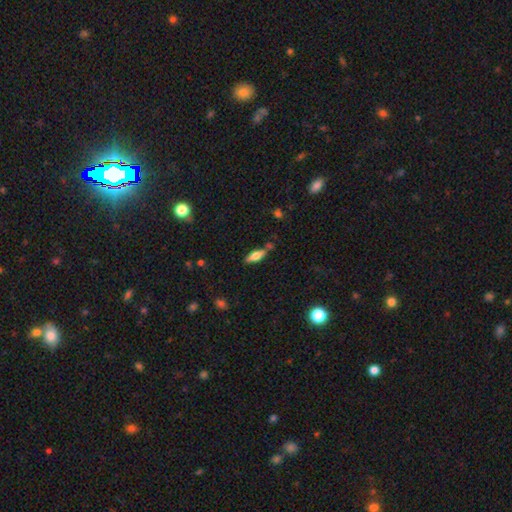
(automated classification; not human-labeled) Smooth or featured? Predicted: smooth (p=0.49). Merging? Predicted: none (p=0.75).